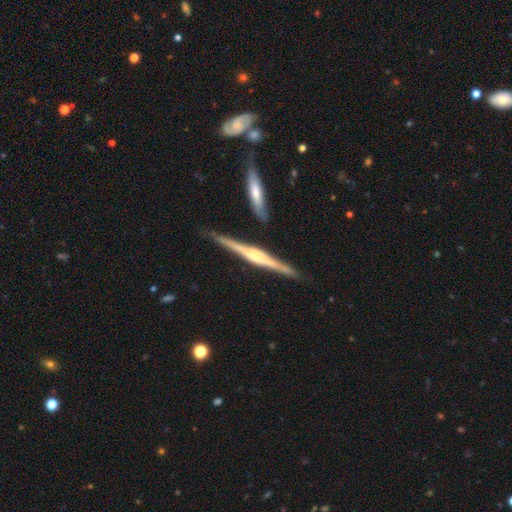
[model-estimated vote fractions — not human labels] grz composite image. It shows a featured or disk galaxy (82%) viewed edge-on (98%) with a rounded central bulge (66%). Merging: none (87%).